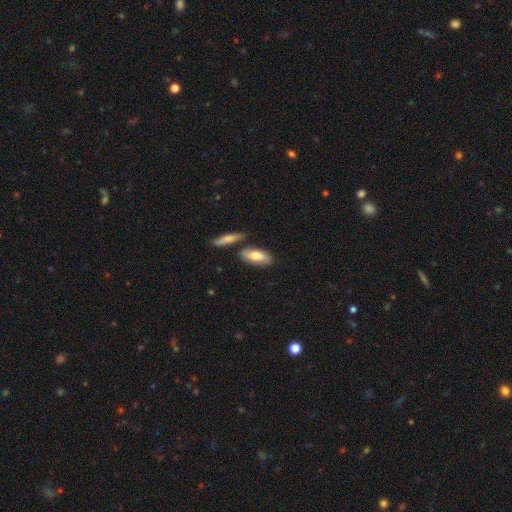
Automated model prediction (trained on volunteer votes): Smooth or featured: smooth — 71% (featured or disk — 24%)
How rounded: in between — 75% (cigar-shaped — 23%)
Merging: none — 70% (minor disturbance — 13%)